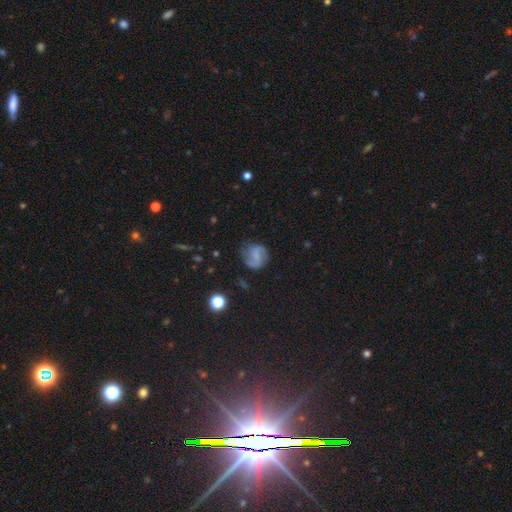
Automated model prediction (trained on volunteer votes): A featured or disk galaxy (46%).

Vote fractions:
- Smooth or featured? featured or disk: 46% / smooth: 43% / star or artifact: 11%
- Merging? none: 64% / minor disturbance: 22% / major disturbance: 11% / merger: 2%